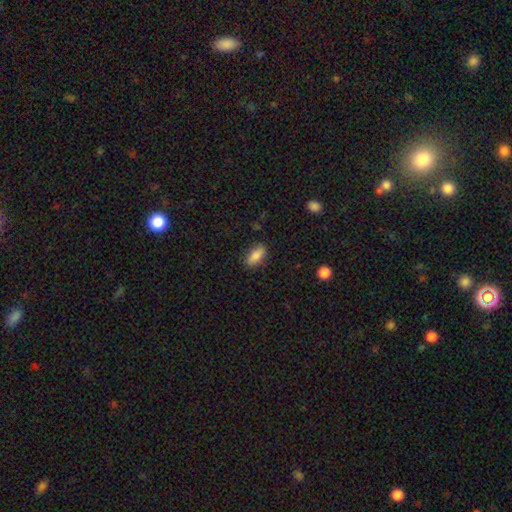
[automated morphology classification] This is clearly a smooth galaxy (85%). How rounded: clearly in between (83%). Merging: clearly none (84%).